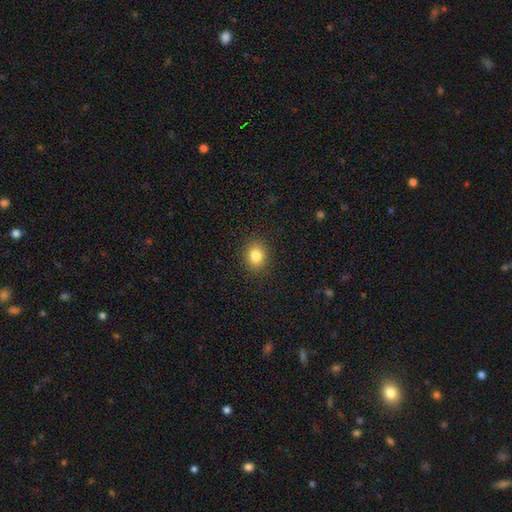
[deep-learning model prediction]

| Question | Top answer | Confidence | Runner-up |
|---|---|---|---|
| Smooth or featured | smooth | 83% | star or artifact (11%) |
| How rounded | round | 63% | in between (36%) |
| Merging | none | 90% | minor disturbance (7%) |